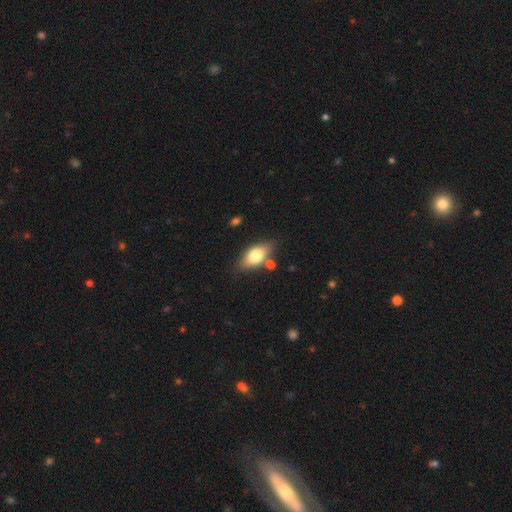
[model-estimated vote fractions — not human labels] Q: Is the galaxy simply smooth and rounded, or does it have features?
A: smooth — 69%.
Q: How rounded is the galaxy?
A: in between — 84%.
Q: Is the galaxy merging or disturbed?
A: none — 73%.